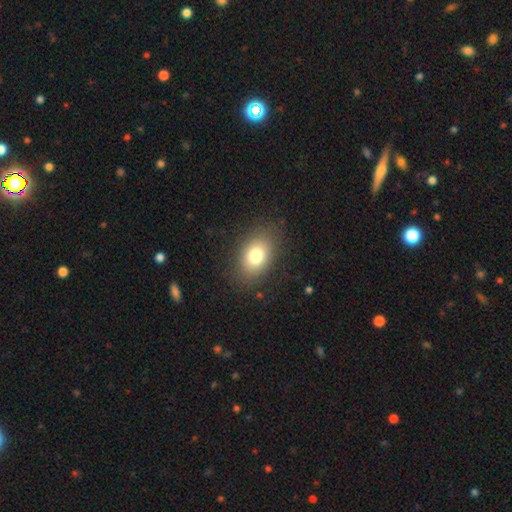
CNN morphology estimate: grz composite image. It shows a smooth galaxy with no disk features (78%) that is in between round and cigar-shaped (79%). Merging: none (83%).